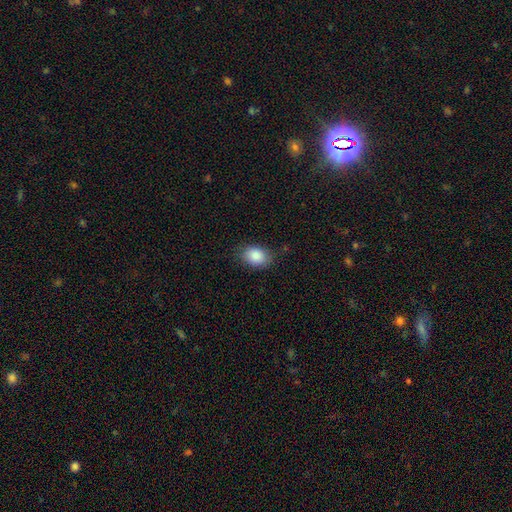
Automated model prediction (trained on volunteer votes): Smooth or featured?
  - smooth: 87% *
  - star or artifact: 8%
  - featured or disk: 5%
How rounded?
  - in between: 74% *
  - round: 25%
  - cigar-shaped: 1%
Merging?
  - none: 78% *
  - minor disturbance: 17%
  - major disturbance: 4%
  - merger: 1%